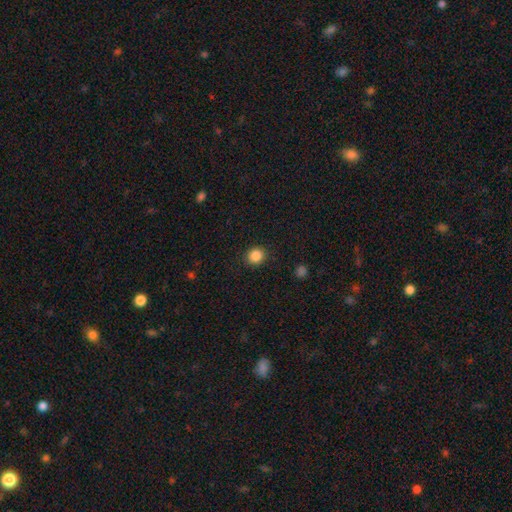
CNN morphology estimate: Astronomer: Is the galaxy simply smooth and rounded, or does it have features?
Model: smooth — 87%.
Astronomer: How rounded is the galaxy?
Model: round — 78%.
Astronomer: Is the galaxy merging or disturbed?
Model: none — 89%.